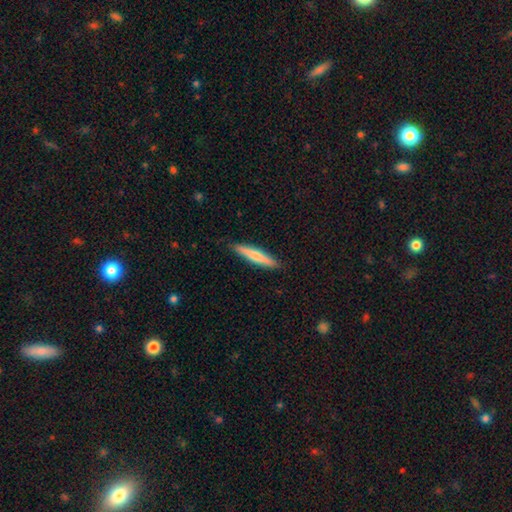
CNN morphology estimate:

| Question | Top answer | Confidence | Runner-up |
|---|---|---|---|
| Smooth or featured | smooth | 63% | featured or disk (32%) |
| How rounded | cigar-shaped | 92% | in between (7%) |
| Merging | none | 89% | minor disturbance (8%) |